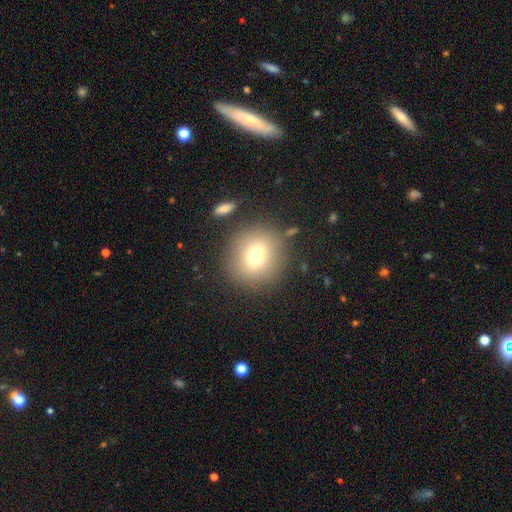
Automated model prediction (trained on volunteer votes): This appears to be a smooth galaxy with no disk features (73%) that is round (89%). Merging: none (83%).